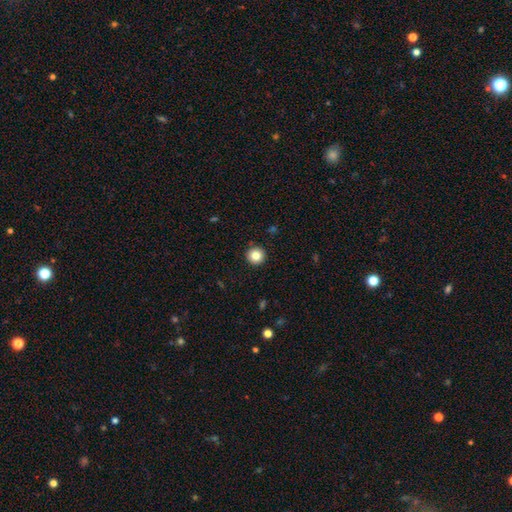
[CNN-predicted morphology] This is clearly a smooth galaxy (83%). How rounded: clearly round (96%). Merging: clearly none (93%).